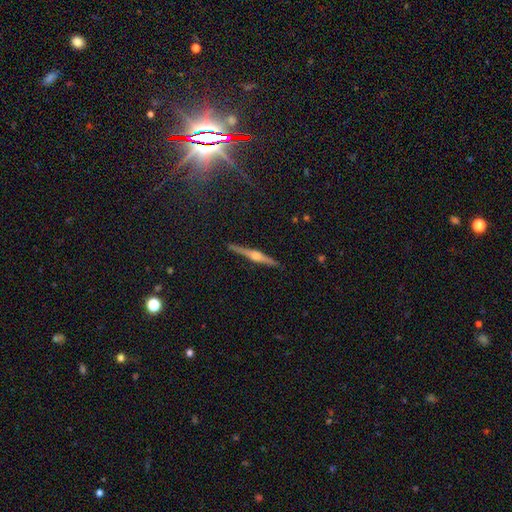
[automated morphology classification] type=featured or disk (80%); edge-on=yes (98%); edge-on bulge=rounded (82%); merging=none (91%).